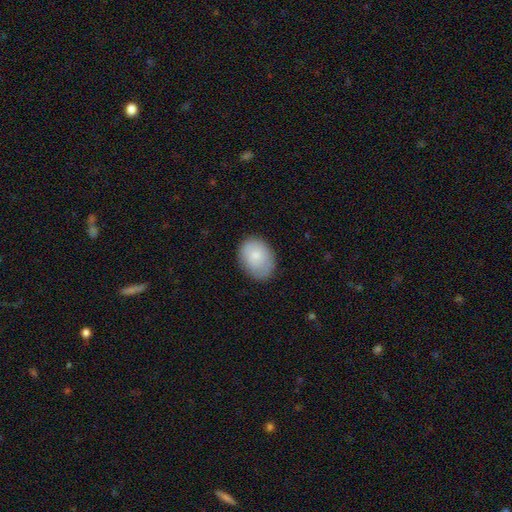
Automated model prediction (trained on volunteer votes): smooth-or-featured: smooth: 80% | featured or disk: 13% | star or artifact: 6%
  how-rounded: in between: 73% | round: 26% | cigar-shaped: 1%
  merging: none: 77% | minor disturbance: 18% | major disturbance: 4% | merger: 1%